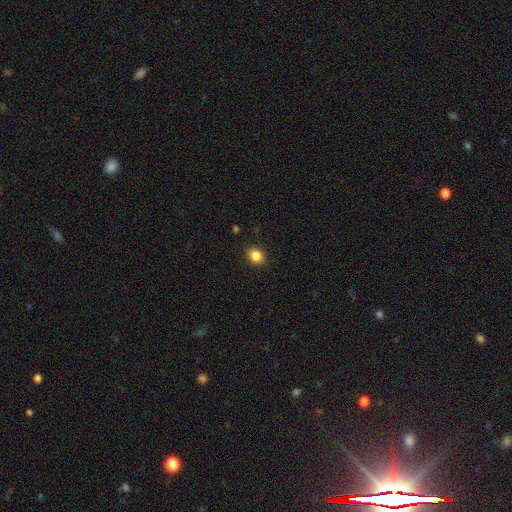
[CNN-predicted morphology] A smooth galaxy with no disk features (86%) that is in between round and cigar-shaped (57%).

Vote fractions:
- Smooth or featured? smooth: 86% / star or artifact: 10% / featured or disk: 4%
- How rounded? in between: 57% / round: 42% / cigar-shaped: 1%
- Merging? none: 89% / minor disturbance: 8% / major disturbance: 2% / merger: 1%